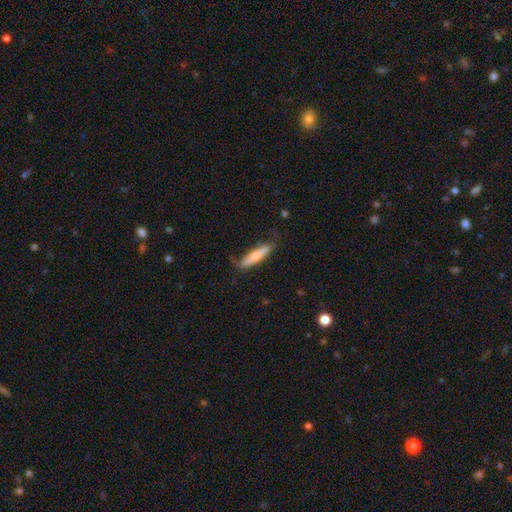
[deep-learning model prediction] Q: Smooth or featured?
A: smooth (62%); runner-up: featured or disk (32%)
Q: How rounded?
A: cigar-shaped (82%); runner-up: in between (17%)
Q: Merging?
A: none (67%); runner-up: minor disturbance (24%)